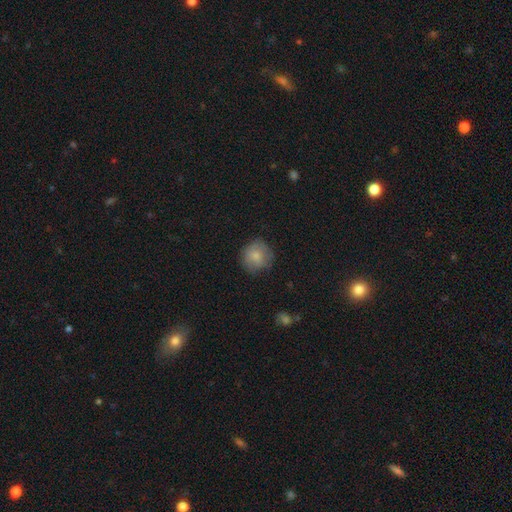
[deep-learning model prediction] A smooth galaxy with no disk features (79%) that is round (89%).

Vote fractions:
- Smooth or featured? smooth: 79% / featured or disk: 14% / star or artifact: 8%
- How rounded? round: 89% / in between: 10% / cigar-shaped: 1%
- Merging? none: 76% / minor disturbance: 18% / major disturbance: 5% / merger: 1%